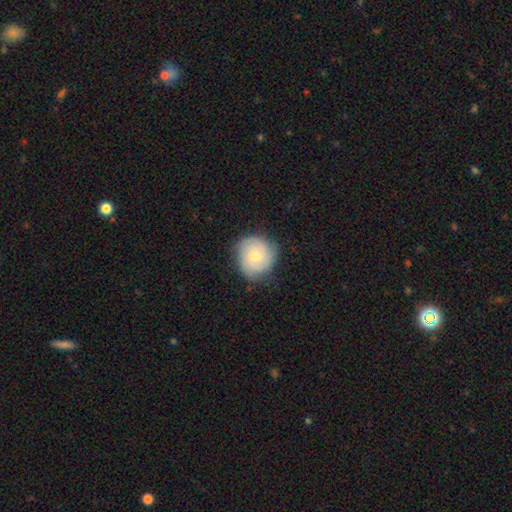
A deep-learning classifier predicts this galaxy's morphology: type=featured or disk (47%); merging=none (75%).